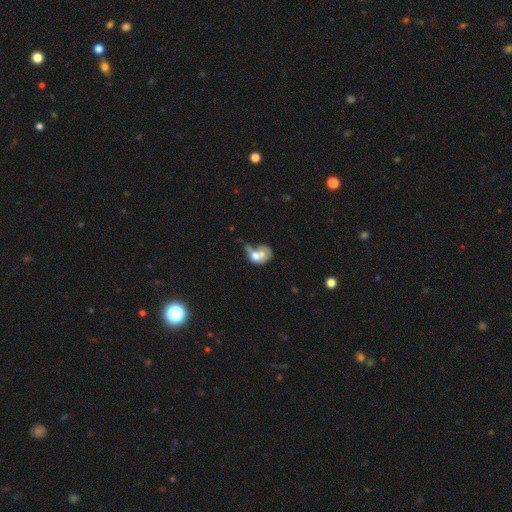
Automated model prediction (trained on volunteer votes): Smooth or featured? smooth (56%)
How rounded? in between (60%)
Merging? merger (58%)